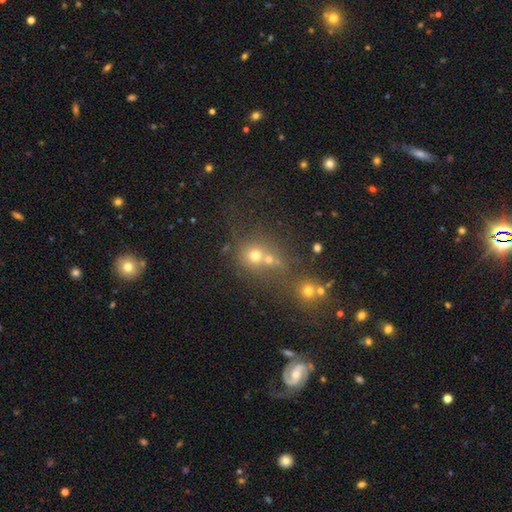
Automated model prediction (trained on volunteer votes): This appears to be a smooth galaxy with no disk features (61%) that is round (81%). Merging: none (44%).